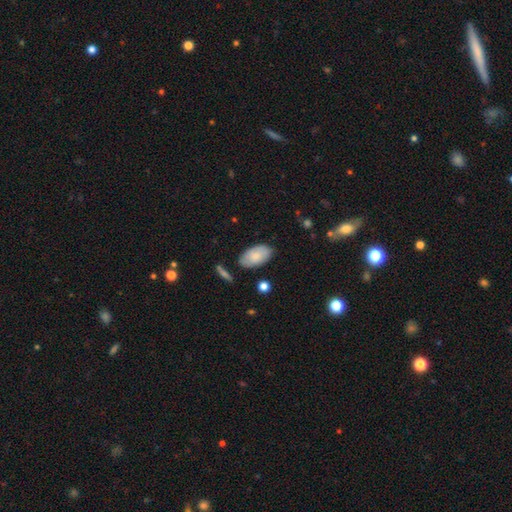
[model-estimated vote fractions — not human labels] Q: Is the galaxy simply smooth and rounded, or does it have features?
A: smooth — 77%.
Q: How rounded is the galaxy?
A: in between — 94%.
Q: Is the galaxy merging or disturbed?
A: none — 78%.